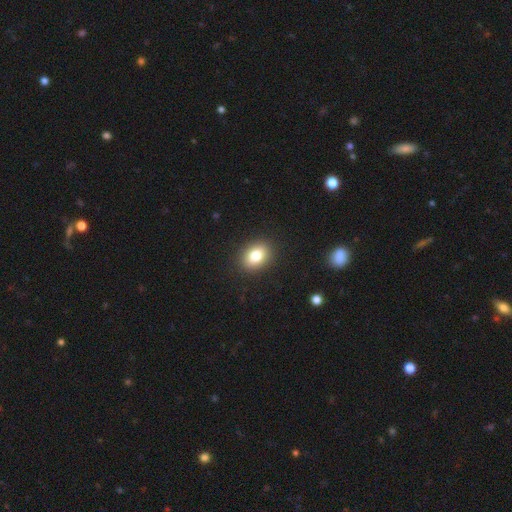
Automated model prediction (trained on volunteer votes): This appears to be a smooth galaxy with no disk features (82%) that is in between round and cigar-shaped (68%). Merging: none (89%).